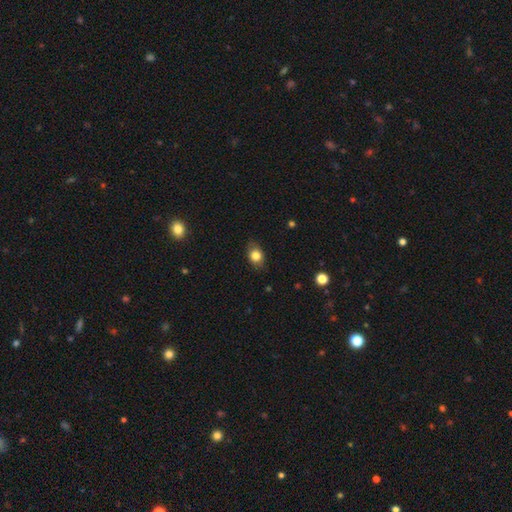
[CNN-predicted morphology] Smooth or featured? Predicted: smooth (p=0.79). How rounded? Predicted: in between (p=0.68). Merging? Predicted: none (p=0.81).